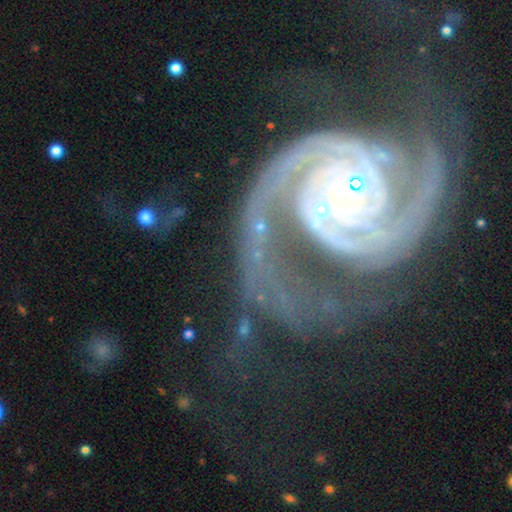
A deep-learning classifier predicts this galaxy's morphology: Q: Smooth or featured?
A: featured or disk (87%); runner-up: star or artifact (8%)
Q: Edge-on disk?
A: no (98%); runner-up: yes (2%)
Q: Bar?
A: no (56%); runner-up: weak (27%)
Q: Spiral arms?
A: yes (97%); runner-up: no (3%)
Q: Spiral winding?
A: tight (52%); runner-up: medium (35%)
Q: Spiral arm count?
A: 2 (60%); runner-up: 3 (11%)
Q: Bulge size?
A: small (69%); runner-up: moderate (23%)
Q: Merging?
A: none (39%); runner-up: major disturbance (26%)